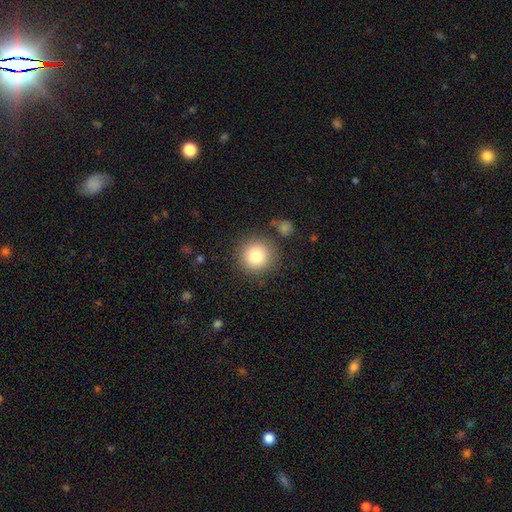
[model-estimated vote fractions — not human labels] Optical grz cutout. It shows a smooth galaxy with no disk features (83%) that is round (94%). Merging: none (84%).